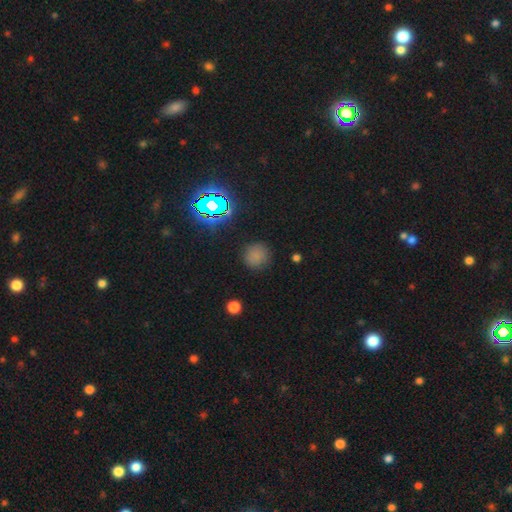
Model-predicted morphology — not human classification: Q: Smooth or featured?
A: smooth (71%); runner-up: star or artifact (22%)
Q: How rounded?
A: round (90%); runner-up: in between (9%)
Q: Merging?
A: none (84%); runner-up: minor disturbance (10%)